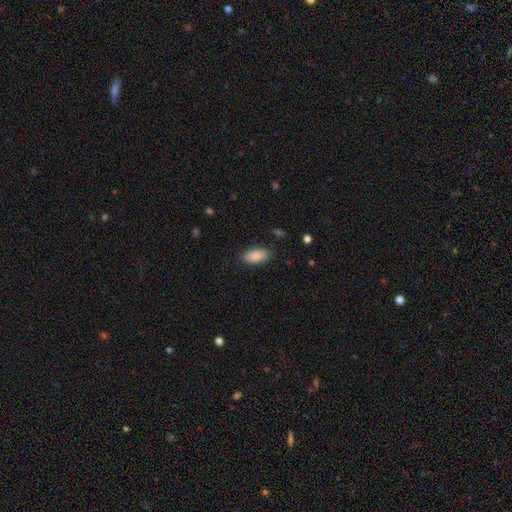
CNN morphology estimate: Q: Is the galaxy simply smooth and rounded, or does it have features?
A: smooth — 88%.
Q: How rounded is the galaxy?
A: in between — 91%.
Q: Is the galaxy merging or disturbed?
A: none — 86%.